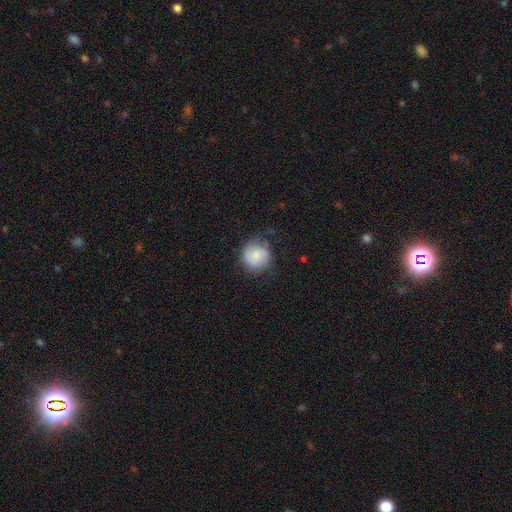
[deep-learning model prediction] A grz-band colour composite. It shows a smooth galaxy with no disk features (65%) that is round (89%). Merging: none (69%).